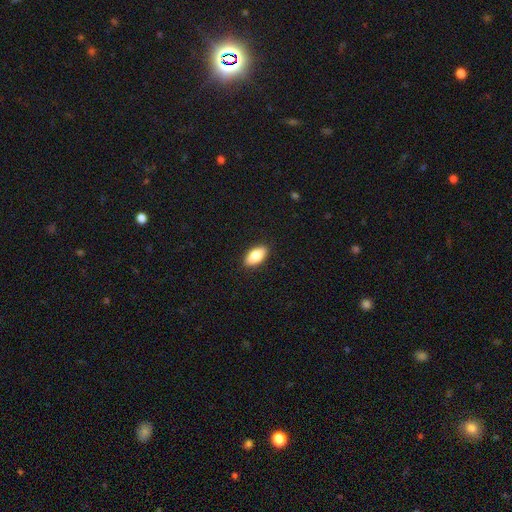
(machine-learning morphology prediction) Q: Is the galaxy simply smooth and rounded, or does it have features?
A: smooth — 84%.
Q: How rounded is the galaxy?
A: in between — 90%.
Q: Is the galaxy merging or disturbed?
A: none — 90%.